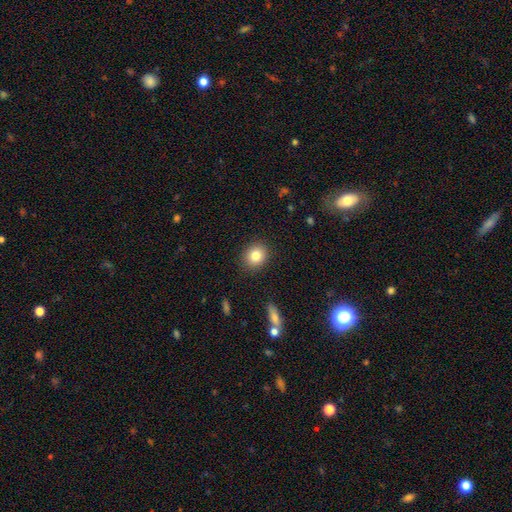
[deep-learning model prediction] Overall: smooth (82%). How rounded: round (73%). Merging: none (89%).